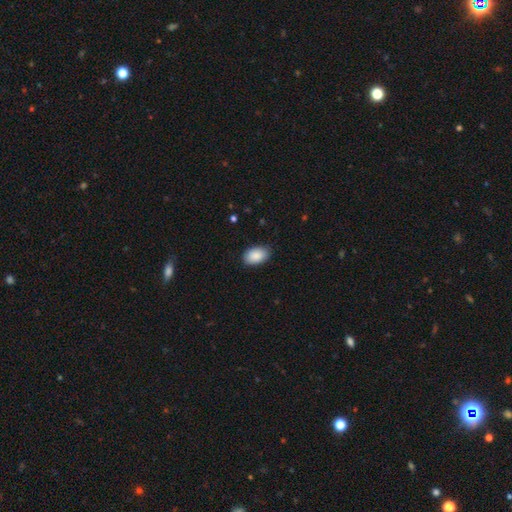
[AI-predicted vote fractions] Smooth or featured?
  - smooth: 89% *
  - star or artifact: 6%
  - featured or disk: 4%
How rounded?
  - in between: 91% *
  - round: 8%
  - cigar-shaped: 1%
Merging?
  - none: 85% *
  - minor disturbance: 12%
  - major disturbance: 2%
  - merger: 1%